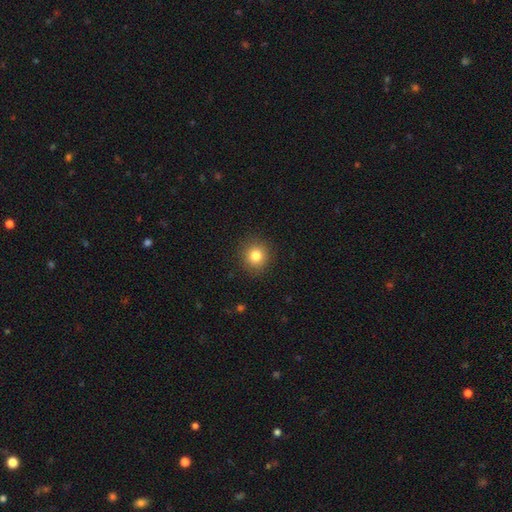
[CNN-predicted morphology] This is clearly a smooth galaxy (82%). How rounded: clearly round (91%). Merging: clearly none (90%).